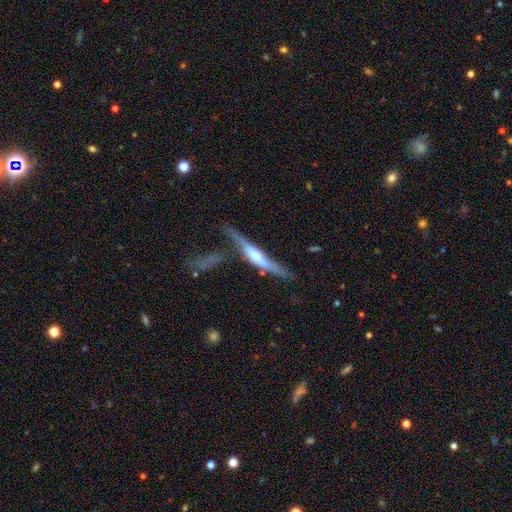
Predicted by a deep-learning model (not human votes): featured or disk 67%, smooth 28%, star or artifact 6%. Down the decision tree: edge-on disk — yes (88%); edge-on bulge — rounded (75%); merging — none (42%).